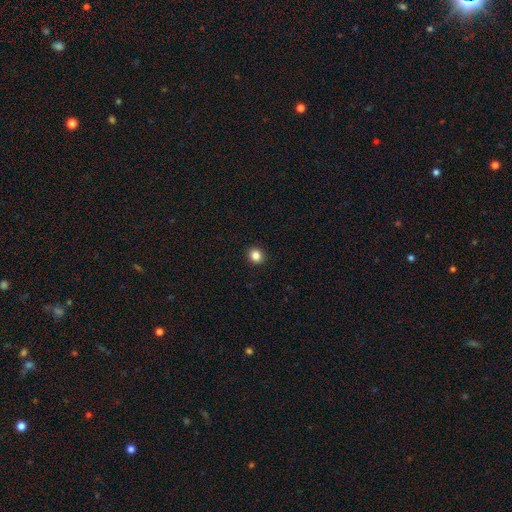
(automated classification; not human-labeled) smooth-or-featured: smooth: 85% | star or artifact: 11% | featured or disk: 4%
  how-rounded: round: 85% | in between: 14% | cigar-shaped: 1%
  merging: none: 93% | minor disturbance: 5% | major disturbance: 2% | merger: 1%